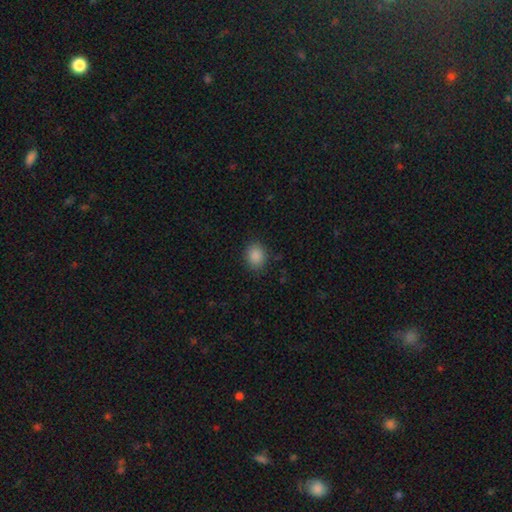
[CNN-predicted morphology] smooth_or_featured: smooth (p=0.88) [alt: star or artifact p=0.09]
how_rounded: round (p=0.55) [alt: in between p=0.44]
merging: none (p=0.86) [alt: minor disturbance p=0.10]